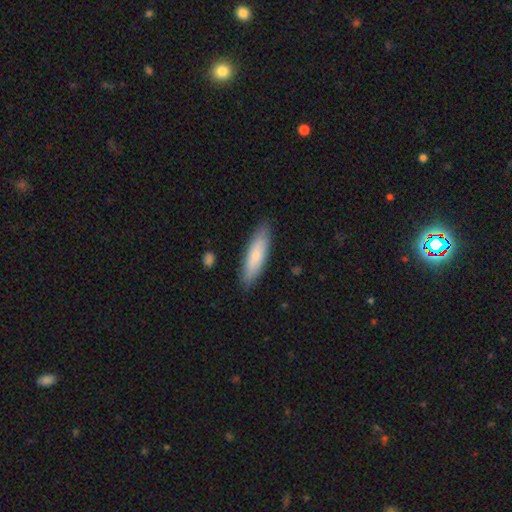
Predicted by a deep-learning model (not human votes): Overall: smooth (75%). How rounded: cigar-shaped (64%; in between 34%). Merging: none (87%).